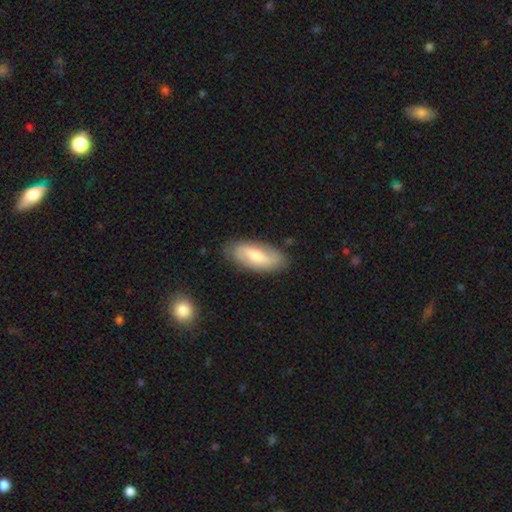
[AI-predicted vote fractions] smooth_or_featured: featured or disk (p=0.51) [alt: smooth p=0.44]
disk_edge_on: no (p=0.87) [alt: yes p=0.13]
merging: none (p=0.81) [alt: minor disturbance p=0.14]